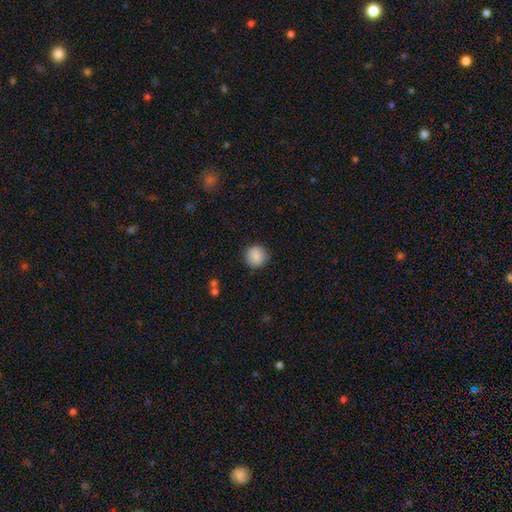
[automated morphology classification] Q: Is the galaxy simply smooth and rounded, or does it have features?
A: smooth — 87%.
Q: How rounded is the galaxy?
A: round — 93%.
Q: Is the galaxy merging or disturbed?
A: none — 87%.